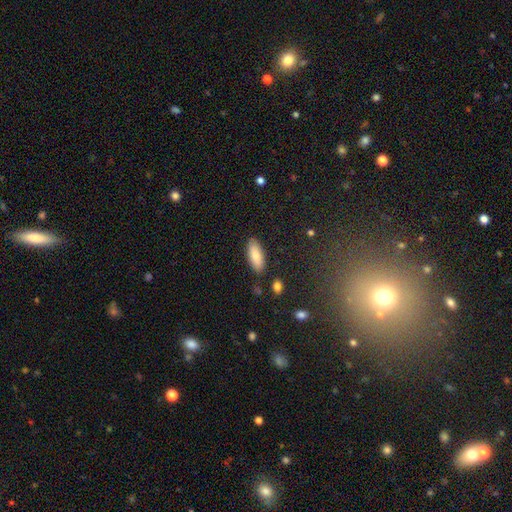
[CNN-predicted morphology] Q: Smooth or featured?
A: smooth (84%); runner-up: featured or disk (10%)
Q: How rounded?
A: in between (78%); runner-up: cigar-shaped (20%)
Q: Merging?
A: none (87%); runner-up: minor disturbance (9%)